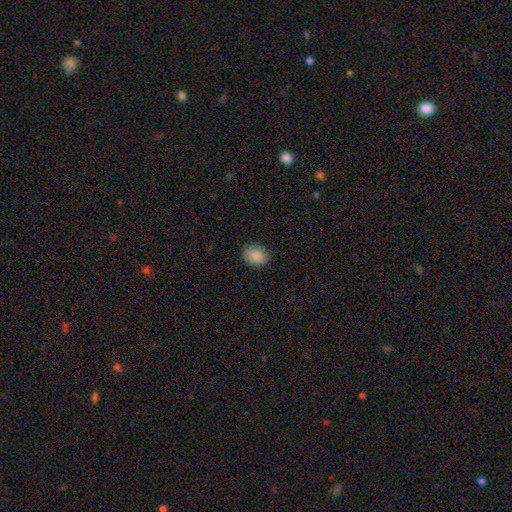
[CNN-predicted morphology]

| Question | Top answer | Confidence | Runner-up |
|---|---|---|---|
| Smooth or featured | smooth | 89% | star or artifact (8%) |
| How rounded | in between | 57% | round (42%) |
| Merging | none | 84% | minor disturbance (12%) |